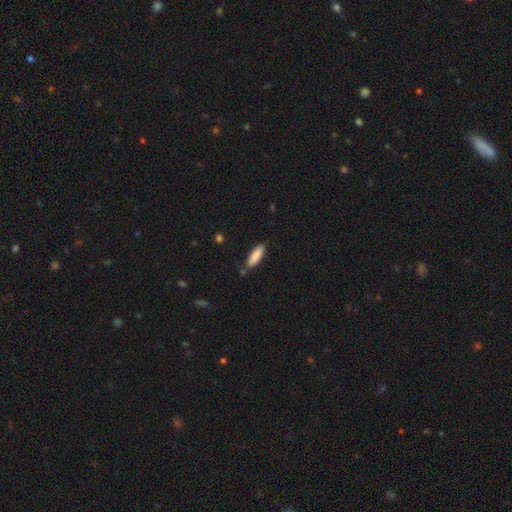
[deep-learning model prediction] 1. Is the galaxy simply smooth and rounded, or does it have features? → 86% smooth, 8% featured or disk, 6% star or artifact.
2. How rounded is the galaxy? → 54% in between, 44% cigar-shaped, 1% round.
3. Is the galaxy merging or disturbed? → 76% none, 17% minor disturbance, 4% merger, 3% major disturbance.